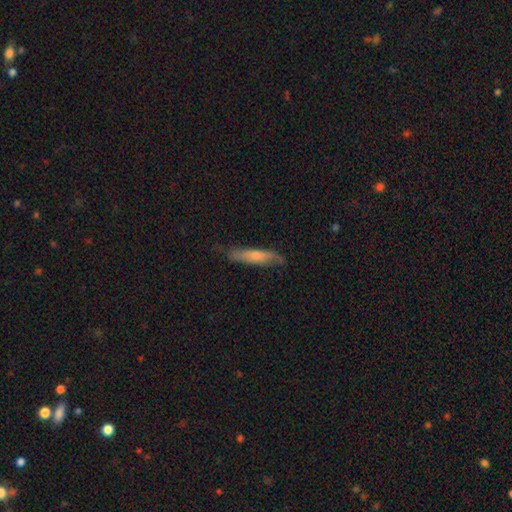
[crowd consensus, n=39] This appears to be a smooth galaxy with no disk features (72%) that is cigar-shaped (79%). Merging: none (71%).